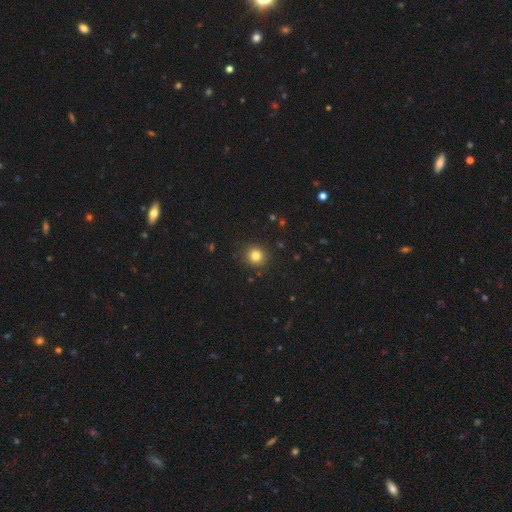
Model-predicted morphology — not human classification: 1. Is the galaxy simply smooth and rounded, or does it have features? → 81% smooth, 13% star or artifact, 6% featured or disk.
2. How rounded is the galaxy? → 90% round, 9% in between, 1% cigar-shaped.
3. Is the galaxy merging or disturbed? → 90% none, 7% minor disturbance, 2% major disturbance, 1% merger.